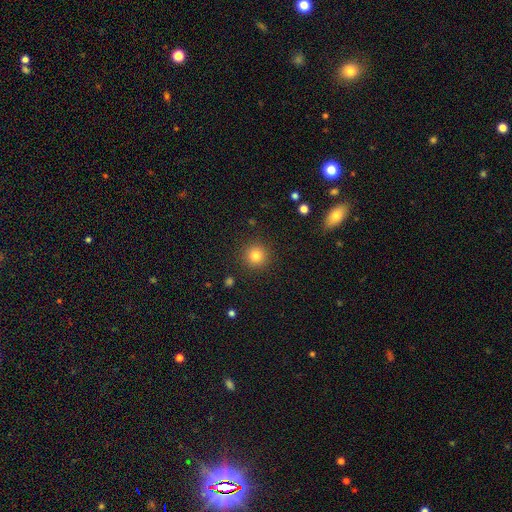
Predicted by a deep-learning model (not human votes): The model was most divided on "smooth or featured": smooth: 82%, star or artifact: 12%, featured or disk: 6%. More confident: how rounded — round (95%); merging — none (91%).